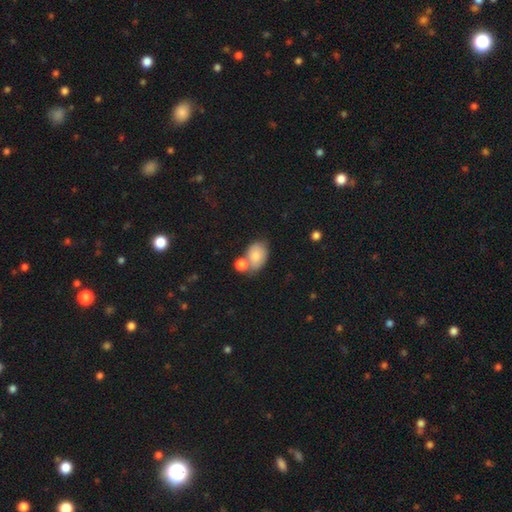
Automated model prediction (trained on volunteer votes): Smooth or featured: smooth — 80% (featured or disk — 13%)
How rounded: in between — 80% (round — 19%)
Merging: none — 47% (merger — 32%)